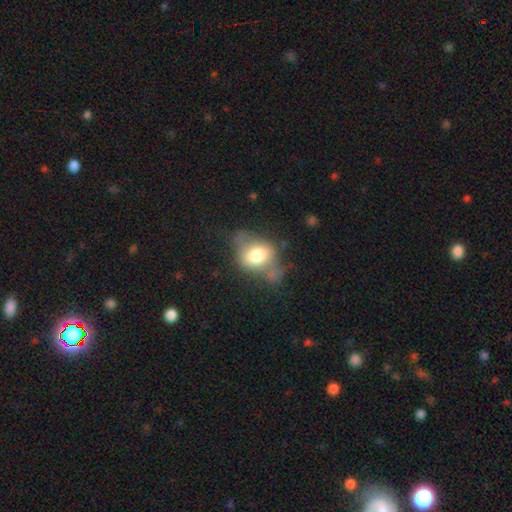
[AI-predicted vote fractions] smooth-or-featured: smooth: 61% | featured or disk: 31% | star or artifact: 8%
  how-rounded: in between: 70% | round: 28% | cigar-shaped: 2%
  merging: none: 38% | minor disturbance: 30% | major disturbance: 23% | merger: 10%